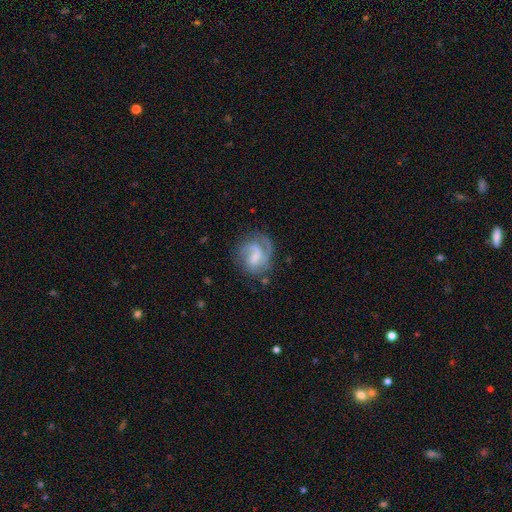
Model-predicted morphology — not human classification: The model was most divided on "spiral winding": medium: 47%, tight: 28%, loose: 25%. Remaining: edge-on disk — no (98%); spiral arms — yes (92%); smooth or featured — featured or disk (75%); merging — none (61%); bar — weak (54%); bulge size — small (46%); spiral arm count — 2 (43%).